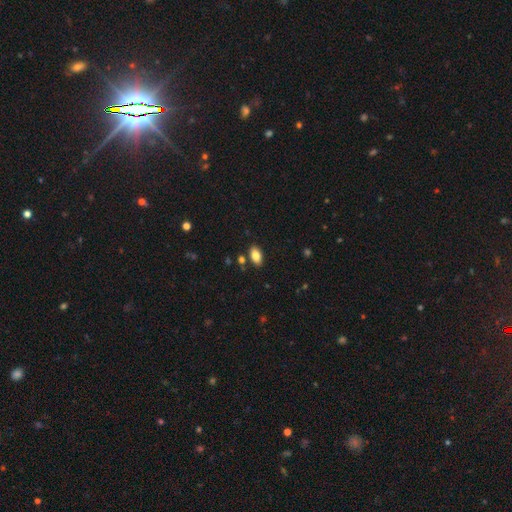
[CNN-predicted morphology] This is clearly a smooth galaxy (83%). How rounded: clearly in between (92%). Merging: clearly none (84%).